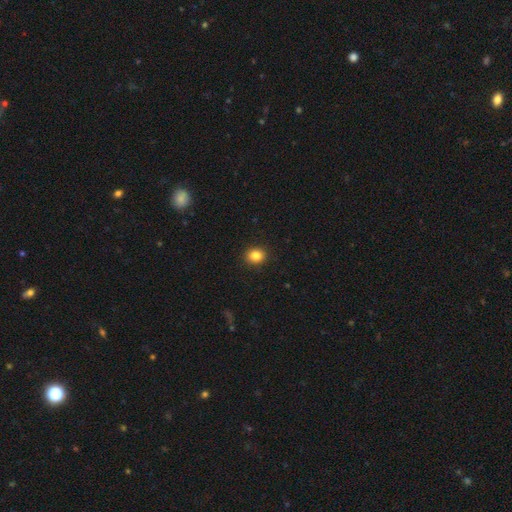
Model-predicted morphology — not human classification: Q: Smooth or featured?
A: smooth (85%); runner-up: star or artifact (11%)
Q: How rounded?
A: round (70%); runner-up: in between (29%)
Q: Merging?
A: none (92%); runner-up: minor disturbance (6%)